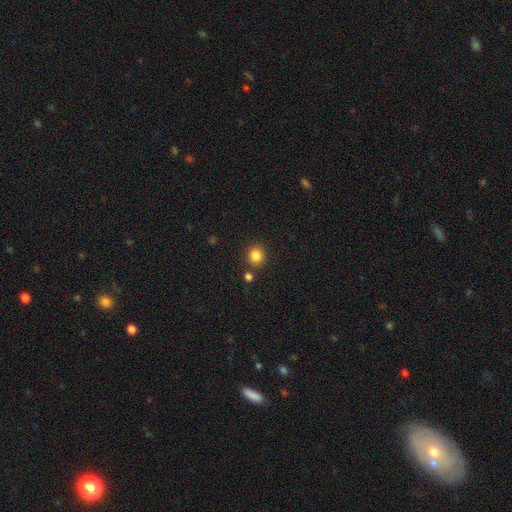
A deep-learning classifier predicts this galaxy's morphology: Smooth or featured? Predicted: smooth (p=0.84). How rounded? Predicted: round (p=0.86). Merging? Predicted: none (p=0.84).